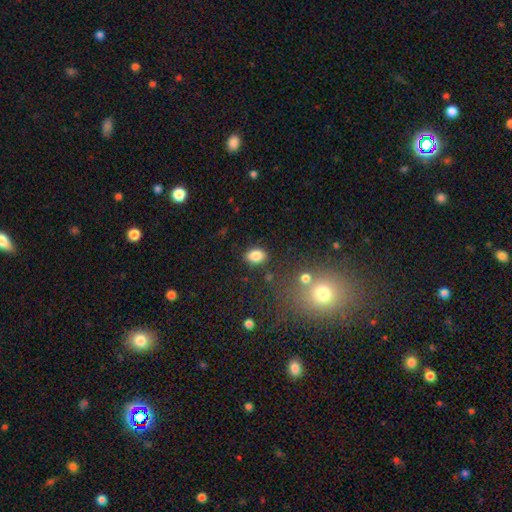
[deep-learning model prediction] The model was most divided on "how rounded": in between: 75%, round: 24%, cigar-shaped: 1%. More confident: smooth or featured — smooth (84%); merging — none (84%).